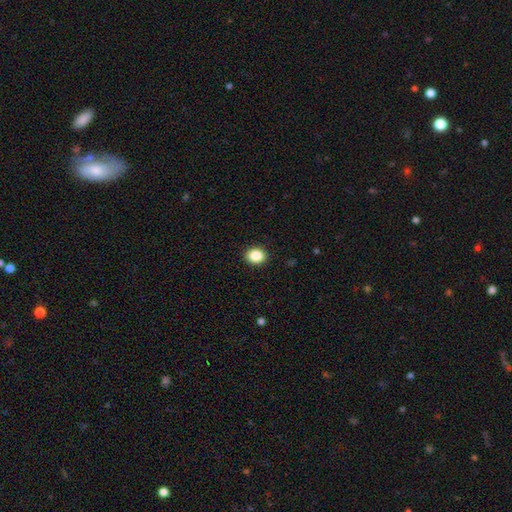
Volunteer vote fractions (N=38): Smooth or featured? smooth (89%)
How rounded? round (68%)
Merging? none (94%)